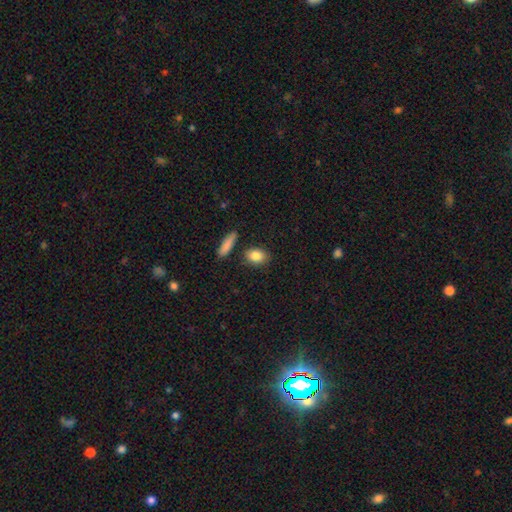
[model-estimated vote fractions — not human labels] A smooth galaxy with no disk features (85%) that is in between round and cigar-shaped (71%). Merging: none (83%).